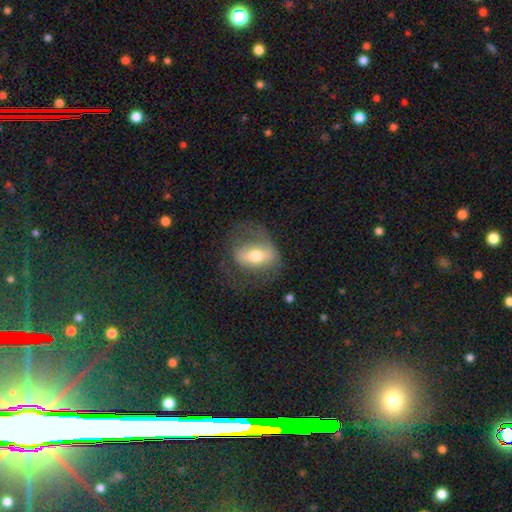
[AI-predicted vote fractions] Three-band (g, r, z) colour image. It shows a featured or disk galaxy (49%). Merging: none (49%).